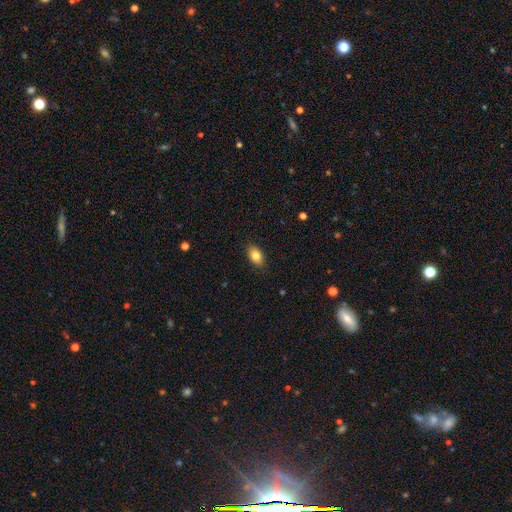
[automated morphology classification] A smooth galaxy with no disk features (82%) that is in between round and cigar-shaped (89%). Merging: none (87%).